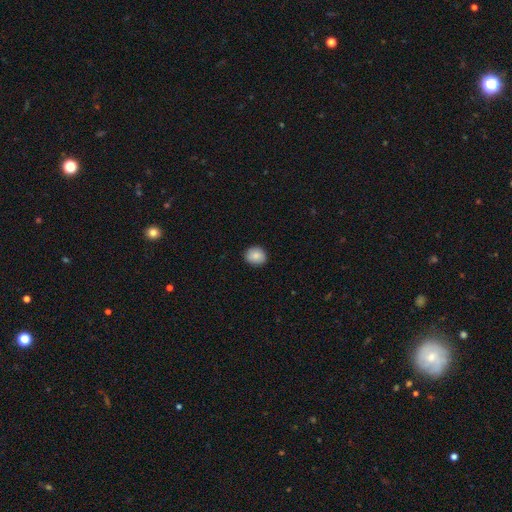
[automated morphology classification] This is clearly a smooth galaxy (85%). How rounded: likely round (76%). Merging: clearly none (89%).